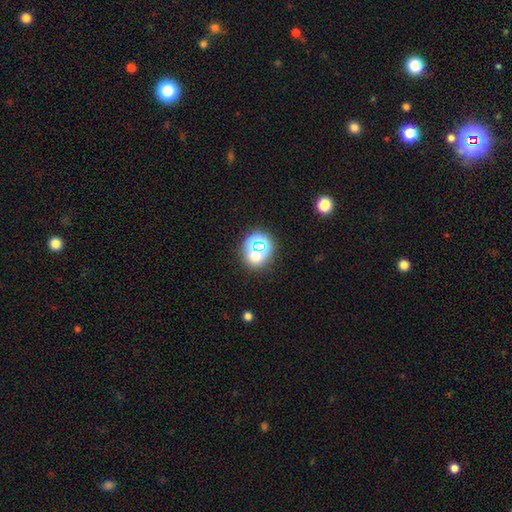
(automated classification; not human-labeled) This appears to be a smooth galaxy with no disk features (49%). Merging: none (69%).